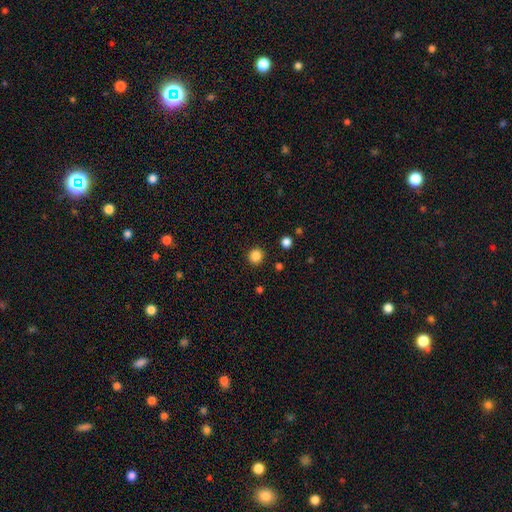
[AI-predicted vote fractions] Q: Smooth or featured?
A: smooth (85%); runner-up: star or artifact (12%)
Q: How rounded?
A: round (91%); runner-up: in between (8%)
Q: Merging?
A: none (91%); runner-up: minor disturbance (6%)